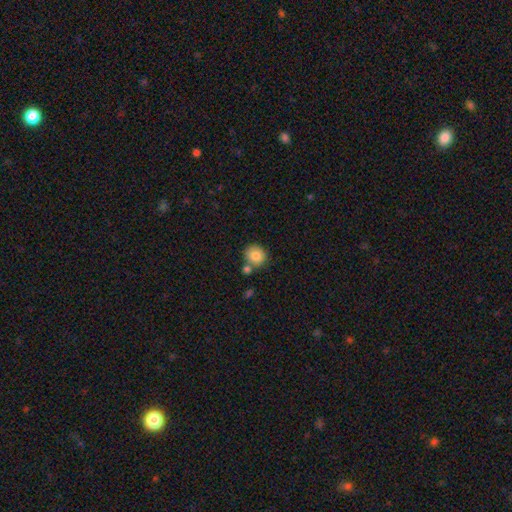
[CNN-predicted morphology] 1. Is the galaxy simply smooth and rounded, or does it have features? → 83% smooth, 9% featured or disk, 8% star or artifact.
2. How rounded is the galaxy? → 88% round, 11% in between, 1% cigar-shaped.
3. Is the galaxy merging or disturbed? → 65% none, 20% merger, 12% minor disturbance, 3% major disturbance.